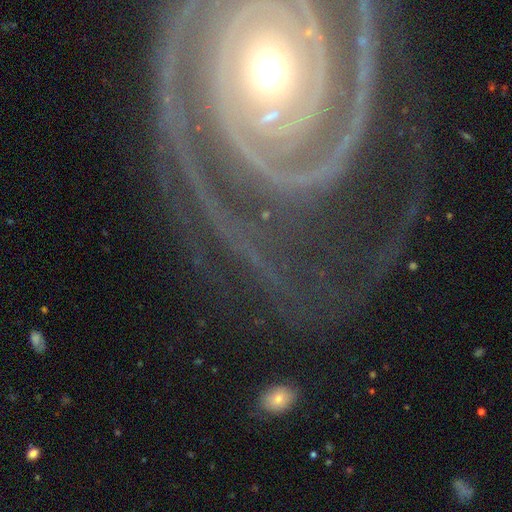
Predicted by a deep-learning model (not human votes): Morphology: type=featured or disk (83%); edge-on=no (96%); bar=no (51%); spiral arms=yes (95%); winding=tight (69%); arm count=2 (32%); bulge=moderate (45%, tied with small); merging=none (68%).